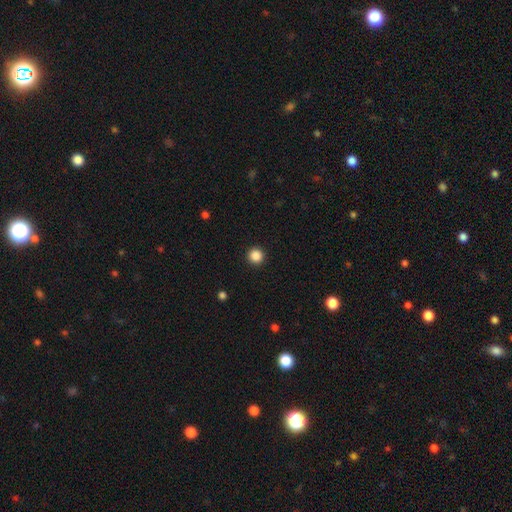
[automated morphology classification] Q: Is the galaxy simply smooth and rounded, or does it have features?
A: smooth — 87%.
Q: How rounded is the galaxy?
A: round — 95%.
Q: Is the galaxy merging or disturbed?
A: none — 93%.